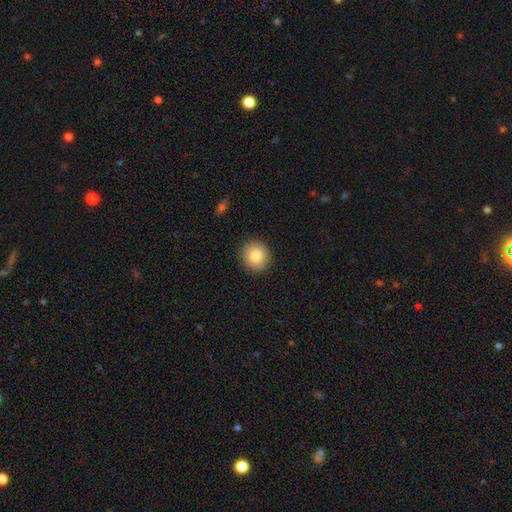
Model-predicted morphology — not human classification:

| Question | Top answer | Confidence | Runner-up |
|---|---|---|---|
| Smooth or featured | smooth | 84% | star or artifact (8%) |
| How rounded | round | 90% | in between (9%) |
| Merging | none | 91% | minor disturbance (6%) |